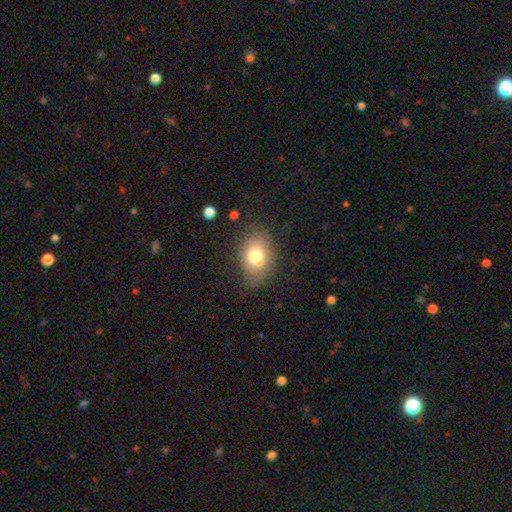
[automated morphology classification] Smooth or featured: smooth — 70% (featured or disk — 20%)
How rounded: in between — 67% (round — 32%)
Merging: none — 52% (merger — 21%)